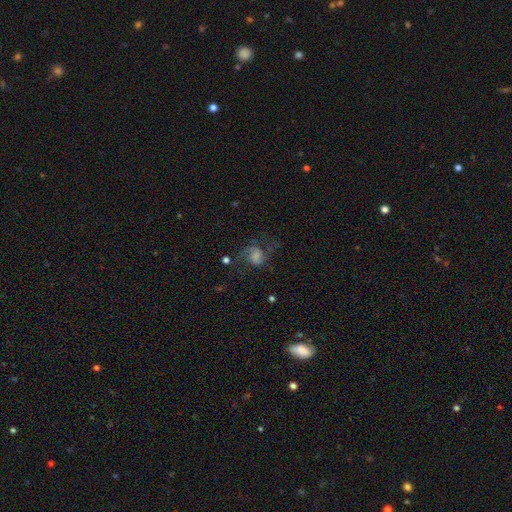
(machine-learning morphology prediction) Overall: featured or disk (62%). Edge-on disk: no (97%). Bar: no (57%; weak 36%). Spiral arms: yes (88%). Spiral arm count: 2 (79%). Spiral winding: medium (45%; loose 44%). Bulge size: small (29%, tied with moderate). Merging: none (57%; major disturbance 23%).